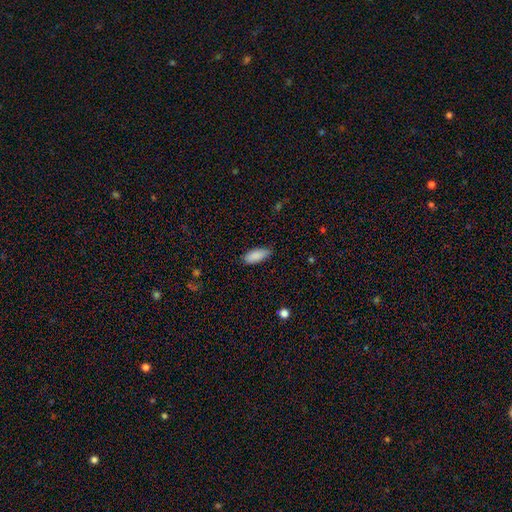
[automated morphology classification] type=smooth (89%); roundness=in between (84%); merging=none (81%).